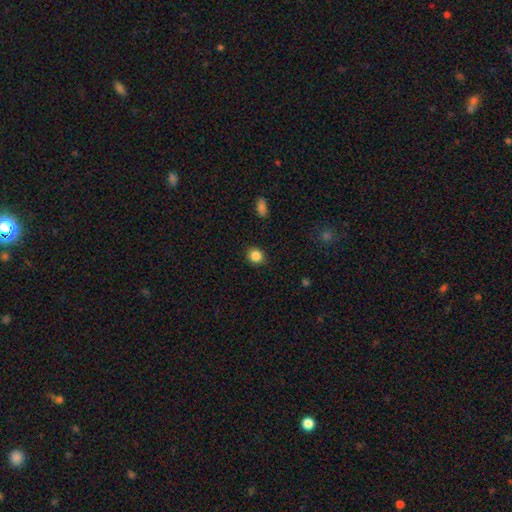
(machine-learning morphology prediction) smooth_or_featured: smooth (p=0.85) [alt: star or artifact p=0.10]
how_rounded: round (p=0.76) [alt: in between p=0.23]
merging: none (p=0.89) [alt: minor disturbance p=0.08]